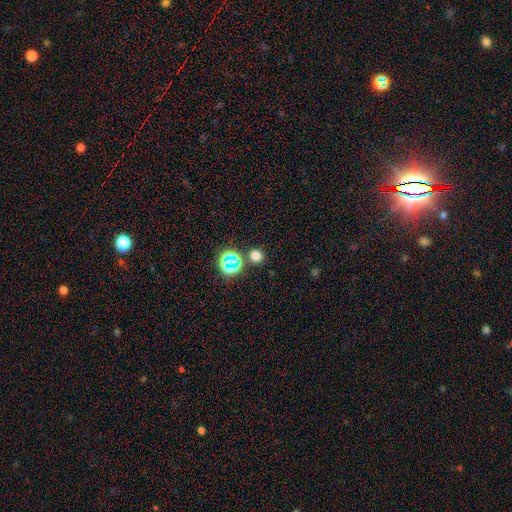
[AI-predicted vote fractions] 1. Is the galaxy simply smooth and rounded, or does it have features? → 69% smooth, 25% star or artifact, 5% featured or disk.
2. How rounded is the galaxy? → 86% round, 13% in between, 1% cigar-shaped.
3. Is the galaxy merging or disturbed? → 83% none, 7% merger, 7% minor disturbance, 3% major disturbance.